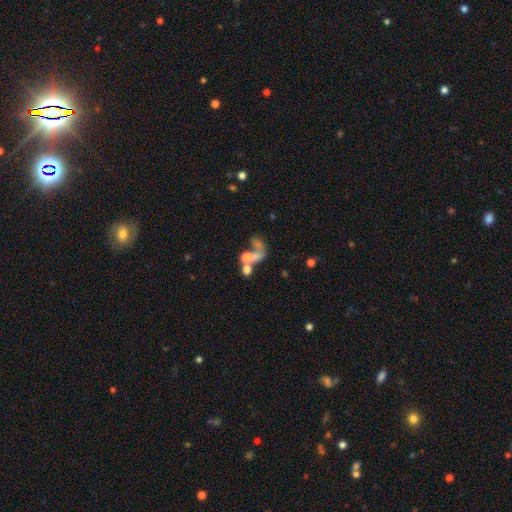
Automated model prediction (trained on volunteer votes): smooth-or-featured: smooth: 46% | featured or disk: 37% | star or artifact: 17%
  merging: merger: 51% | major disturbance: 23% | none: 18% | minor disturbance: 8%